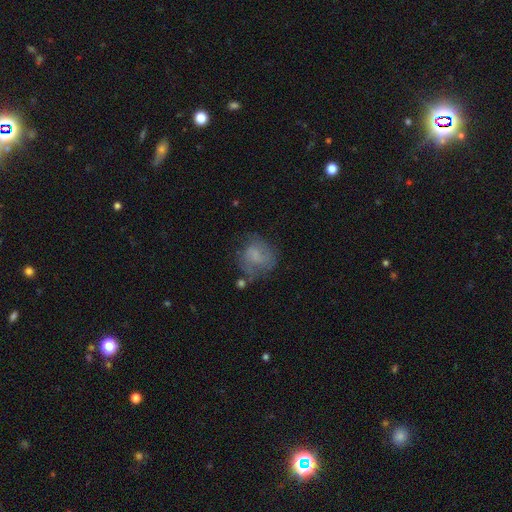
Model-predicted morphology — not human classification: The model was most divided on "merging": none: 49%, minor disturbance: 26%, major disturbance: 20%, merger: 5%. More confident: how rounded — round (70%); smooth or featured — smooth (57%).